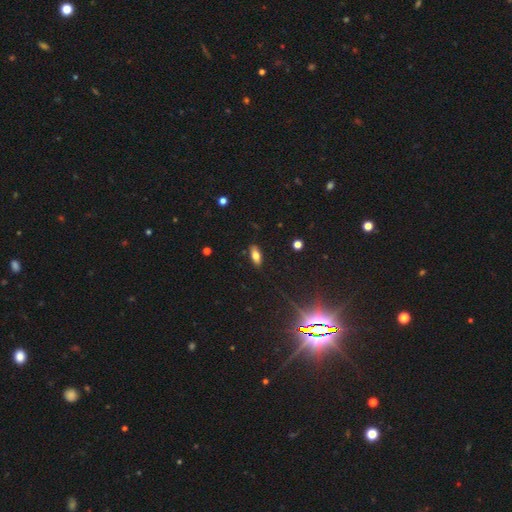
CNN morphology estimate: Smooth or featured?
  - smooth: 73% *
  - featured or disk: 16%
  - star or artifact: 11%
How rounded?
  - in between: 82% *
  - cigar-shaped: 15%
  - round: 3%
Merging?
  - none: 86% *
  - minor disturbance: 10%
  - major disturbance: 2%
  - merger: 1%